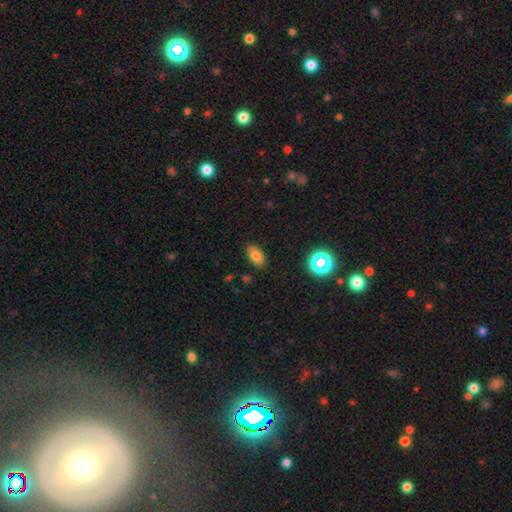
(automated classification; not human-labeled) Smooth or featured? smooth (76%)
How rounded? in between (91%)
Merging? none (87%)